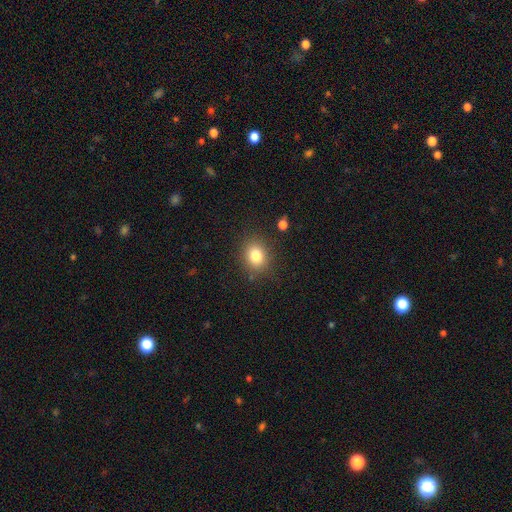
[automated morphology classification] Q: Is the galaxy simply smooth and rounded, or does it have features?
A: smooth — 81%.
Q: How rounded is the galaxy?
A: round — 59%.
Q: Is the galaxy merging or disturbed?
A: none — 84%.